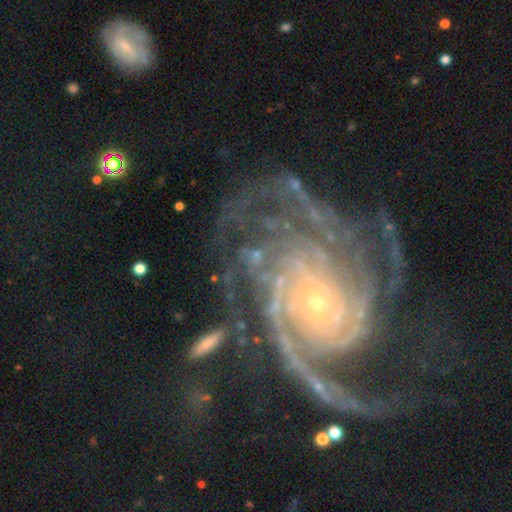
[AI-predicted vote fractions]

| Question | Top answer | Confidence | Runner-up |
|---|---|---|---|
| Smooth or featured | featured or disk | 83% | star or artifact (10%) |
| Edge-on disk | no | 96% | yes (4%) |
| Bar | no | 68% | weak (21%) |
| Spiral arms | yes | 97% | no (3%) |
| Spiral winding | tight | 71% | medium (23%) |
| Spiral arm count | can't tell | 24% | 4 (19%) |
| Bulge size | small | 74% | moderate (20%) |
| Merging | none | 65% | minor disturbance (17%) |